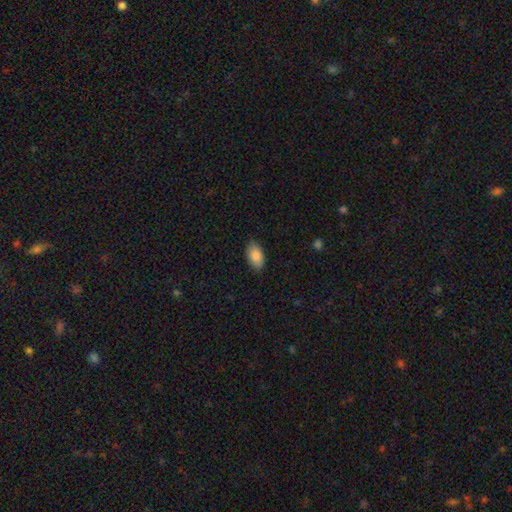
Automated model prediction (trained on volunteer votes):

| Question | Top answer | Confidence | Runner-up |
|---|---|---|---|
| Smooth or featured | smooth | 87% | star or artifact (7%) |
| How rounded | in between | 94% | round (4%) |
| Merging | none | 86% | minor disturbance (11%) |